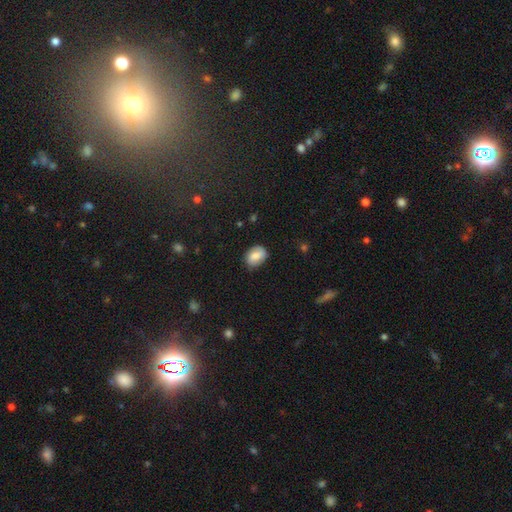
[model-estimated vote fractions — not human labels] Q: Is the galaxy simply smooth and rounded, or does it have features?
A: smooth — 77%.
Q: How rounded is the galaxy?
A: in between — 71%.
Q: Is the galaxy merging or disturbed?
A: none — 76%.